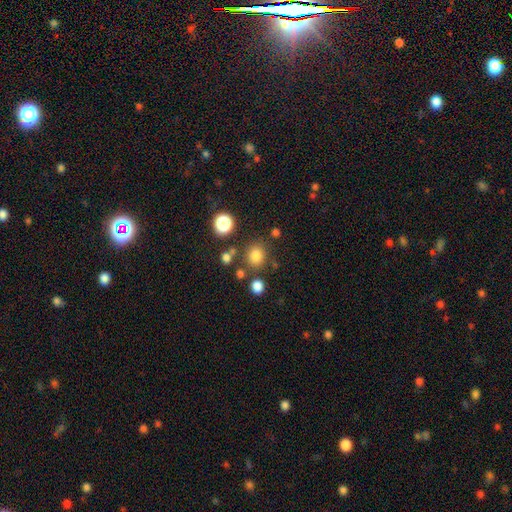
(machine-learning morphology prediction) Smooth or featured? Predicted: smooth (p=0.79). How rounded? Predicted: round (p=0.80). Merging? Predicted: none (p=0.78).